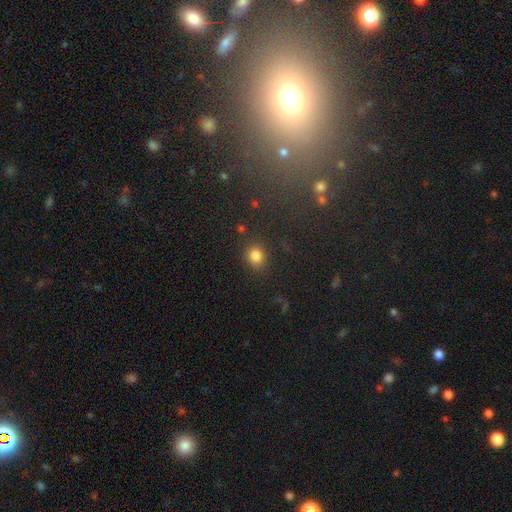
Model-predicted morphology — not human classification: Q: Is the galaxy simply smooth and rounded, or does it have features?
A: smooth — 83%.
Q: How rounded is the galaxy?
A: round — 72%.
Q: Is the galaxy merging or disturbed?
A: none — 84%.